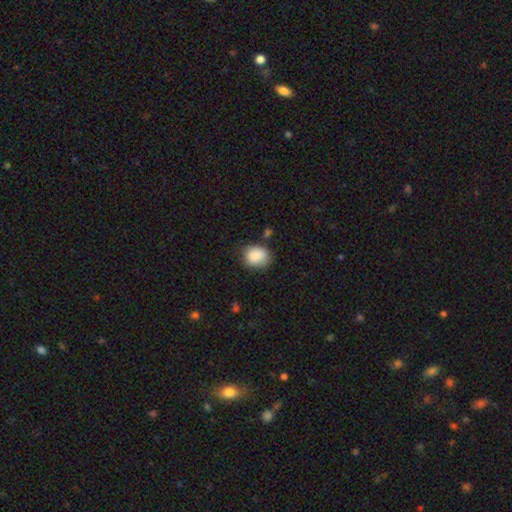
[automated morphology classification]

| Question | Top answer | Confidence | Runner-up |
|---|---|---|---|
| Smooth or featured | smooth | 87% | star or artifact (8%) |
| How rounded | round | 56% | in between (43%) |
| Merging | none | 69% | minor disturbance (22%) |